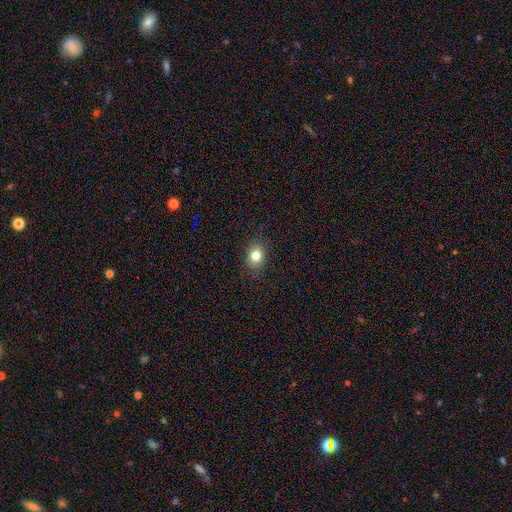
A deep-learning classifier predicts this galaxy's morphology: This is likely a smooth galaxy (80%). How rounded: possibly round (54%). Merging: clearly none (88%).